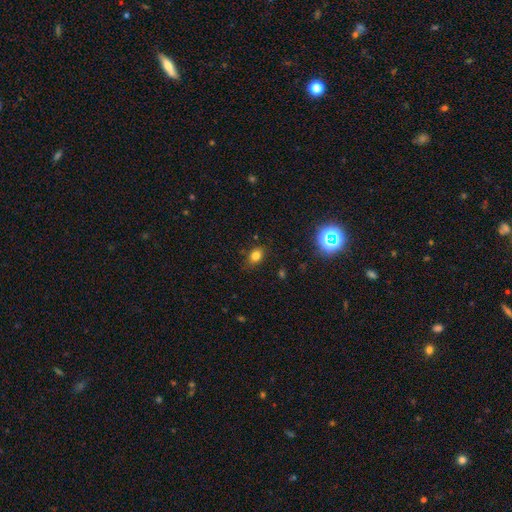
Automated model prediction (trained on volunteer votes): A smooth galaxy with no disk features (77%) that is in between round and cigar-shaped (68%).

Vote fractions:
- Smooth or featured? smooth: 77% / star or artifact: 15% / featured or disk: 8%
- How rounded? in between: 68% / round: 31% / cigar-shaped: 1%
- Merging? none: 81% / minor disturbance: 14% / major disturbance: 3% / merger: 1%